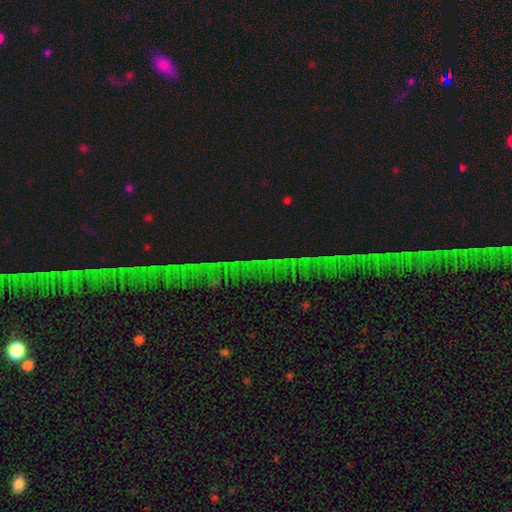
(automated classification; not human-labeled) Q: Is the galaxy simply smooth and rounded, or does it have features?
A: star or artifact — 76%.